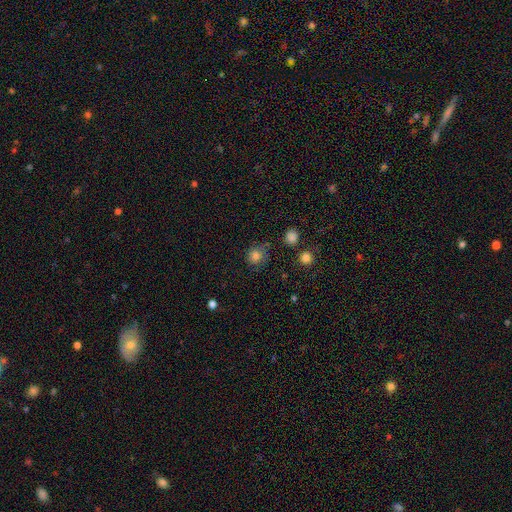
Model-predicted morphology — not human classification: A smooth galaxy with no disk features (81%) that is round (84%). Merging: none (71%).